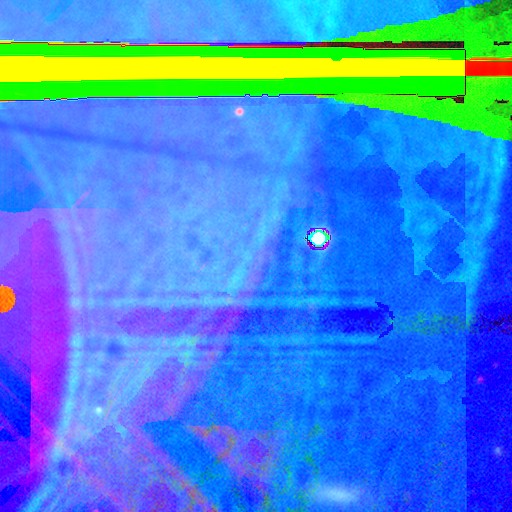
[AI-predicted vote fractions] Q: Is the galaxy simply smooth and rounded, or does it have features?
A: star or artifact — 87%.